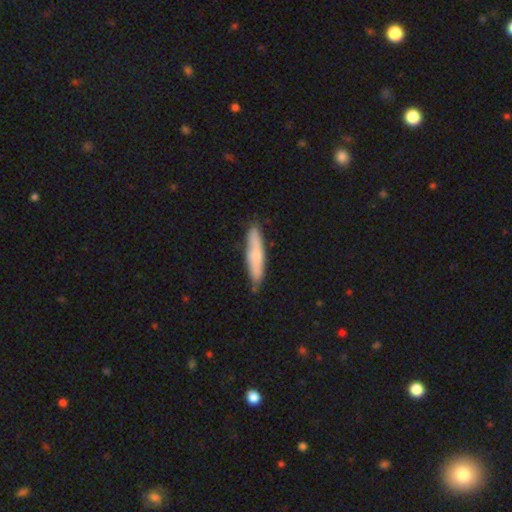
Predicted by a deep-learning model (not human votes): Smooth or featured? smooth (70%)
How rounded? cigar-shaped (84%)
Merging? none (81%)